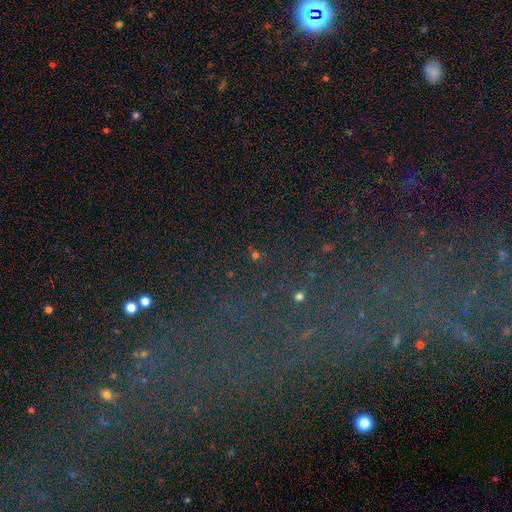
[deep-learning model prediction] This is likely a star or artifact rather than a galaxy (65%).